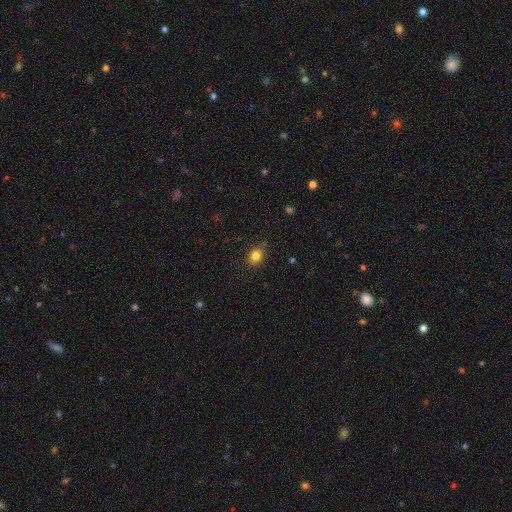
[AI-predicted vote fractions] Overall: smooth (83%). How rounded: round (52%; in between 47%). Merging: none (83%).